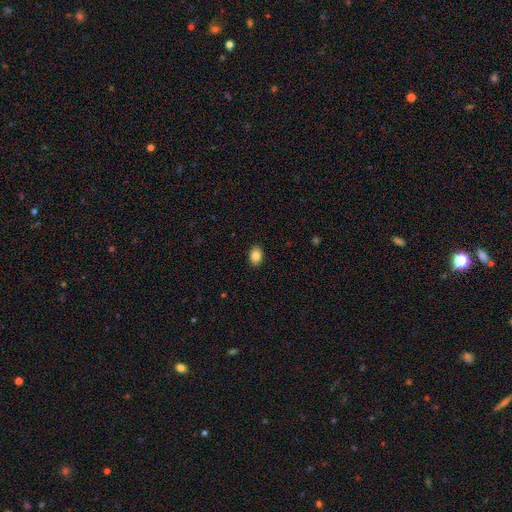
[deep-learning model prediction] Smooth or featured? smooth (86%)
How rounded? in between (79%)
Merging? none (90%)